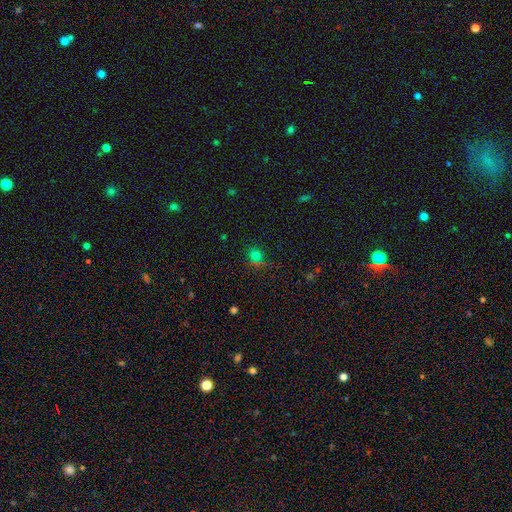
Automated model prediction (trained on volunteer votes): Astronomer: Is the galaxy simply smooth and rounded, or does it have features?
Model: smooth — 63%.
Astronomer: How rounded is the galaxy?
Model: round — 74%.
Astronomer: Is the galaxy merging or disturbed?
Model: none — 66%.